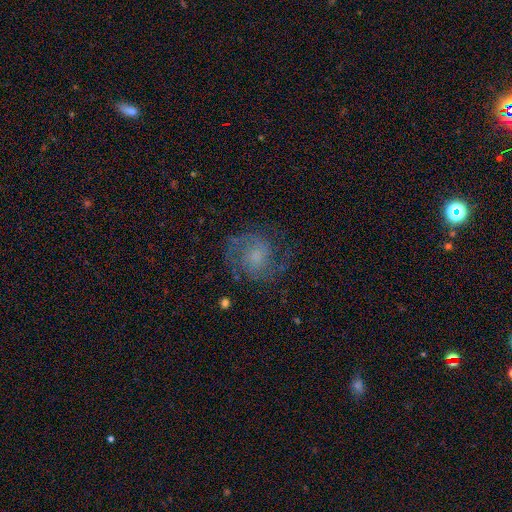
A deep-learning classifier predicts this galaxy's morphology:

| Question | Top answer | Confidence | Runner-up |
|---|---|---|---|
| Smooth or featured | featured or disk | 69% | smooth (21%) |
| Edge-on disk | no | 98% | yes (2%) |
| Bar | no | 66% | weak (30%) |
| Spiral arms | yes | 91% | no (9%) |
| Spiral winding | medium | 51% | tight (30%) |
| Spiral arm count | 2 | 76% | can't tell (12%) |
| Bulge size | small | 34% | moderate (32%) |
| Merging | none | 70% | minor disturbance (17%) |